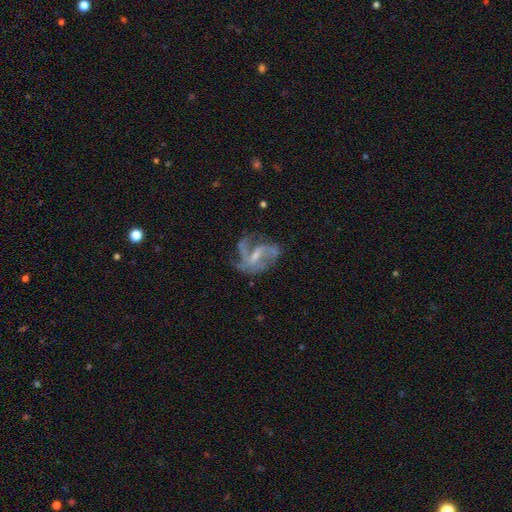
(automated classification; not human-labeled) Q: Smooth or featured?
A: featured or disk (80%); runner-up: smooth (10%)
Q: Edge-on disk?
A: no (97%); runner-up: yes (3%)
Q: Bar?
A: weak (49%); runner-up: no (26%)
Q: Spiral arms?
A: yes (87%); runner-up: no (13%)
Q: Spiral winding?
A: loose (43%); runner-up: medium (42%)
Q: Spiral arm count?
A: 2 (35%); runner-up: 3 (26%)
Q: Bulge size?
A: small (53%); runner-up: moderate (27%)
Q: Merging?
A: none (44%); runner-up: major disturbance (31%)